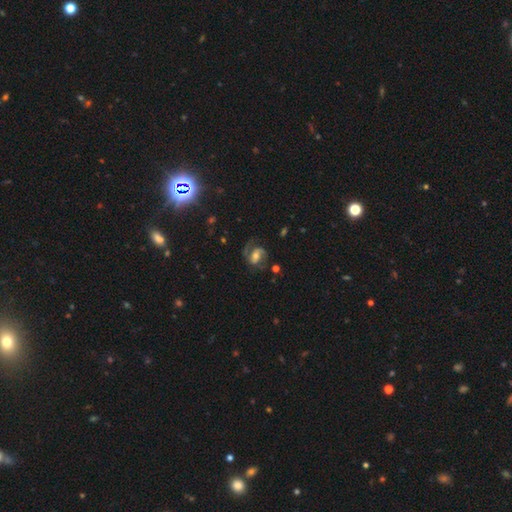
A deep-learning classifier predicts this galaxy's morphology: Smooth or featured? Predicted: featured or disk (p=0.75). Edge-on disk? Predicted: no (p=0.97). Bar? Predicted: weak (p=0.40). Spiral arms? Predicted: yes (p=0.92). Spiral winding? Predicted: medium (p=0.50). Spiral arm count? Predicted: 2 (p=0.76). Bulge size? Predicted: moderate (p=0.59). Merging? Predicted: none (p=0.60).